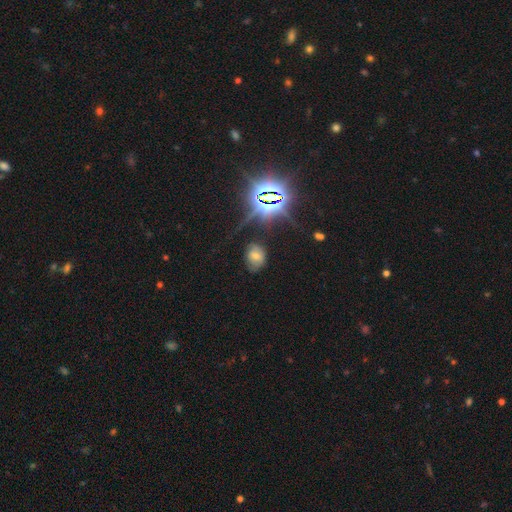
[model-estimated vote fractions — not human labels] Morphology: type=smooth (51%); roundness=in between (64%); merging=none (69%).